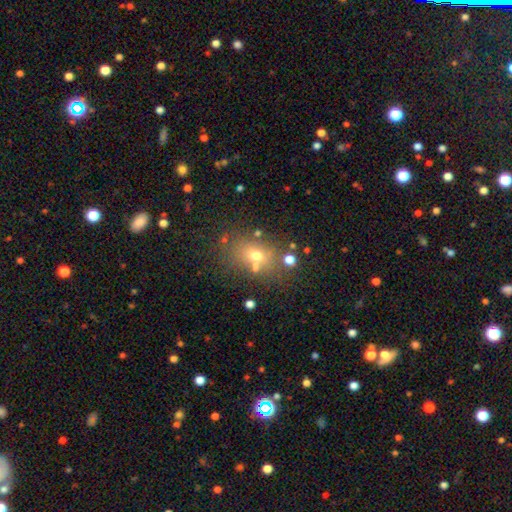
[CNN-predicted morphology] This appears to be a smooth galaxy with no disk features (63%) that is in between round and cigar-shaped (59%). Merging: none (66%).